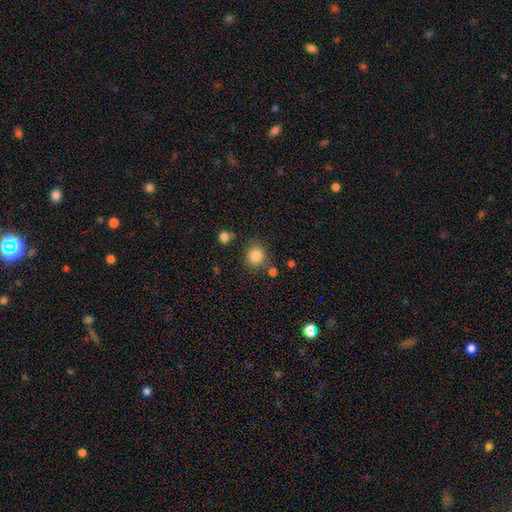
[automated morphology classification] Q: Smooth or featured?
A: smooth (84%); runner-up: star or artifact (11%)
Q: How rounded?
A: round (81%); runner-up: in between (18%)
Q: Merging?
A: none (78%); runner-up: minor disturbance (12%)